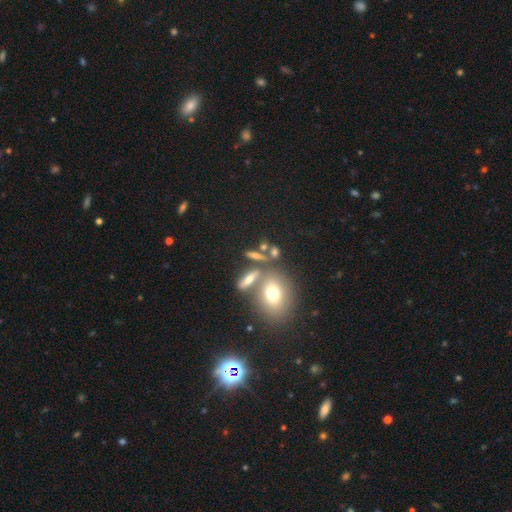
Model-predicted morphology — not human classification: The model was most divided on "how rounded": cigar-shaped: 42%, in between: 39%, round: 19%. More confident: merging — none (59%); smooth or featured — smooth (51%).